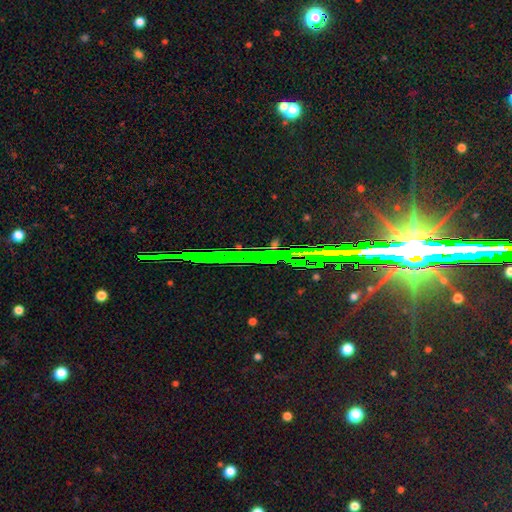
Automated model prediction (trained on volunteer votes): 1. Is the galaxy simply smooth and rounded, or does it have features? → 81% star or artifact, 11% featured or disk, 8% smooth.